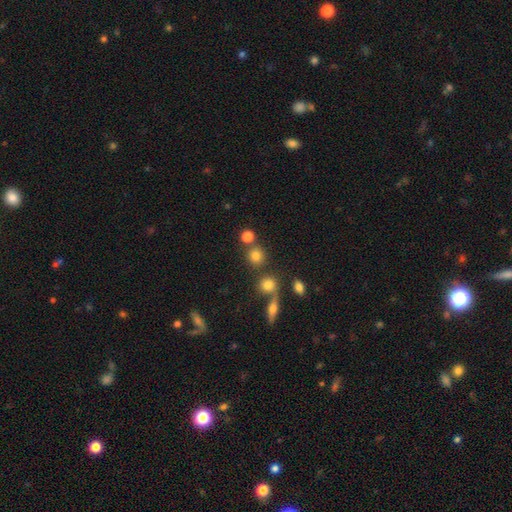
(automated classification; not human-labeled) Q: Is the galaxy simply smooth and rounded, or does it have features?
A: smooth — 78%.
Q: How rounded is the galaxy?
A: round — 88%.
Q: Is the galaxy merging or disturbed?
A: none — 71%.